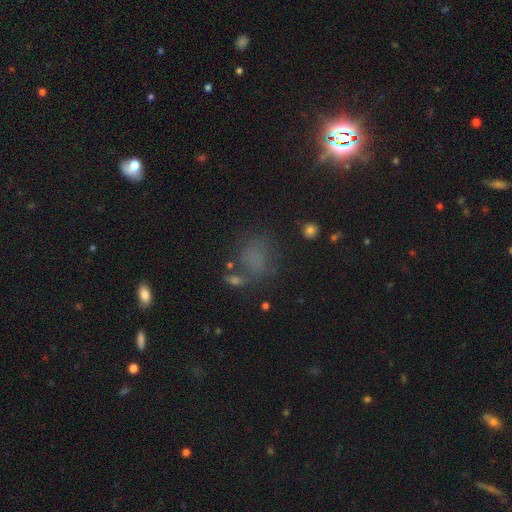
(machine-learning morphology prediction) Overall: smooth (58%; star or artifact 28%). How rounded: round (54%; in between 43%). Merging: none (56%; minor disturbance 20%).